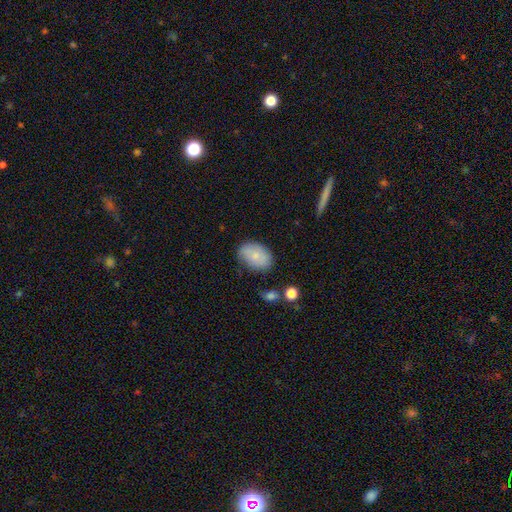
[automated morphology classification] A smooth galaxy with no disk features (77%) that is in between round and cigar-shaped (82%). Merging: none (69%).